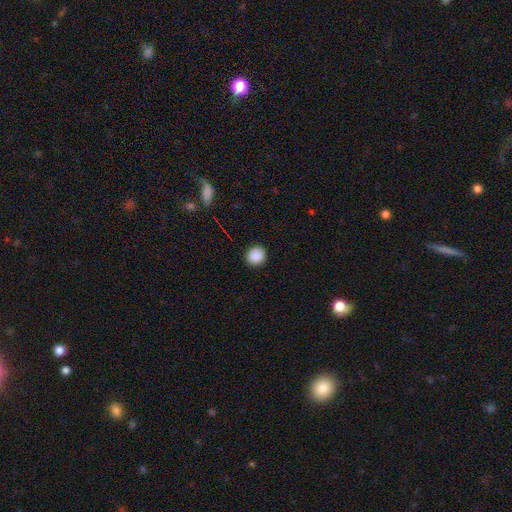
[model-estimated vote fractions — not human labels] Smooth or featured: smooth — 89% (star or artifact — 9%)
How rounded: round — 87% (in between — 12%)
Merging: none — 92% (minor disturbance — 5%)